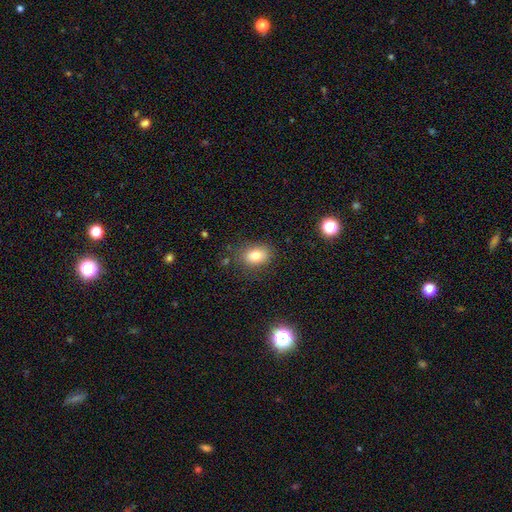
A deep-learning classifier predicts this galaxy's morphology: This is likely a smooth galaxy (79%). How rounded: likely in between (72%). Merging: clearly none (81%).